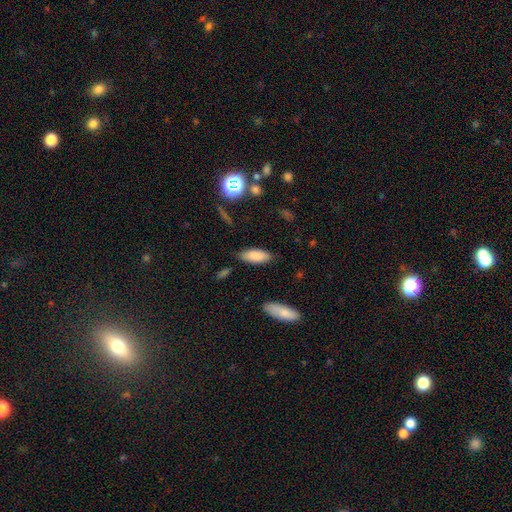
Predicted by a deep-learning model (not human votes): A smooth galaxy with no disk features (84%) that is in between round and cigar-shaped (79%). Merging: none (81%).